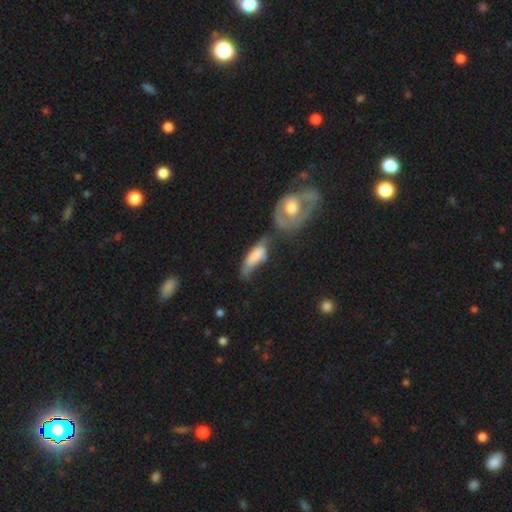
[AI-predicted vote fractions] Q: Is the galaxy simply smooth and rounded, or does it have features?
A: smooth — 59%.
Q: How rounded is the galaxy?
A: in between — 67%.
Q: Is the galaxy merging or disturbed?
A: merger — 33%.